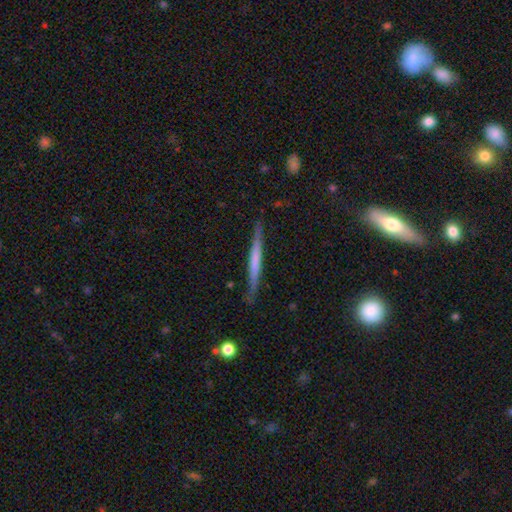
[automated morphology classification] The model was most divided on "edge-on bulge": rounded: 59%, none: 30%, boxy: 11%. More confident: edge-on disk — yes (95%); merging — none (86%); smooth or featured — featured or disk (61%).